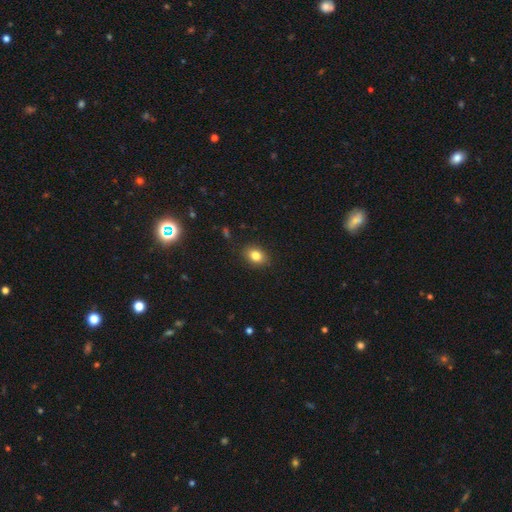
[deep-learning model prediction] This appears to be a smooth galaxy with no disk features (82%) that is in between round and cigar-shaped (64%). Merging: none (88%).